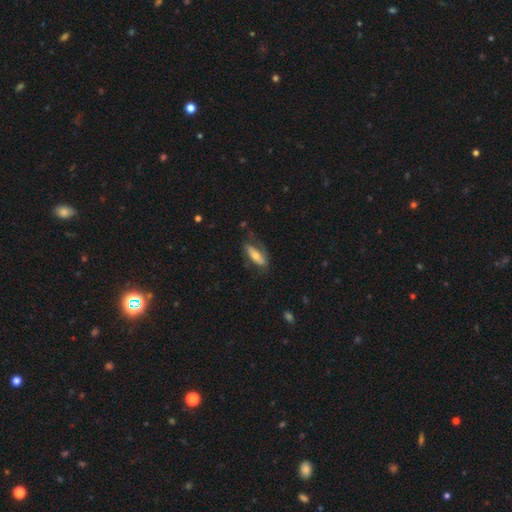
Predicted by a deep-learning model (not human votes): smooth 50%, featured or disk 44%, star or artifact 6%. Down the decision tree: how rounded — in between (68%); merging — none (57%).